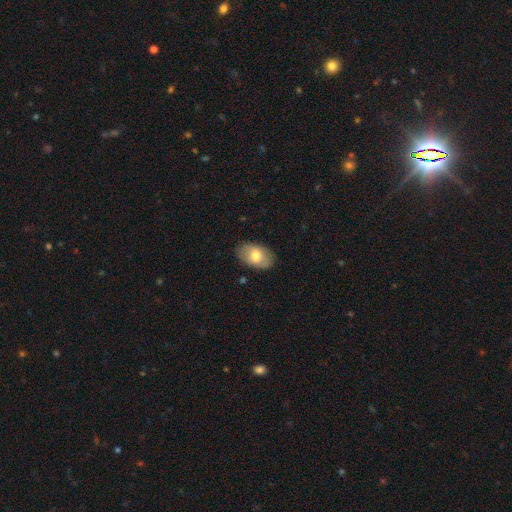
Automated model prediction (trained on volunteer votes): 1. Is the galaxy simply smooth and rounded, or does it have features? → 72% smooth, 22% featured or disk, 6% star or artifact.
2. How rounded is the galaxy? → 90% in between, 9% round, 1% cigar-shaped.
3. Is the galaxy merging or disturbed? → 83% none, 13% minor disturbance, 3% major disturbance, 1% merger.